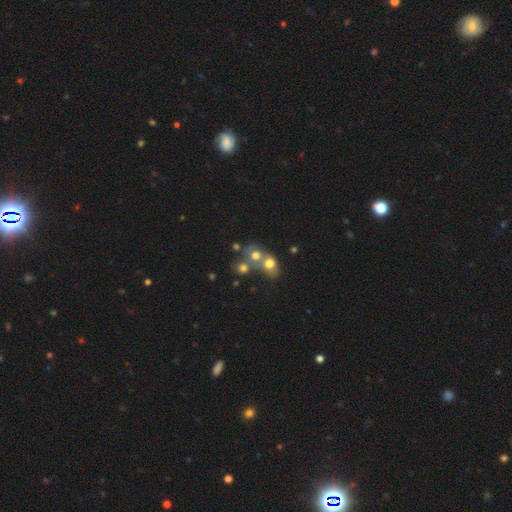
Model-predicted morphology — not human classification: A smooth galaxy with no disk features (56%) that is round (72%).

Vote fractions:
- Smooth or featured? smooth: 56% / star or artifact: 23% / featured or disk: 21%
- How rounded? round: 72% / in between: 26% / cigar-shaped: 1%
- Merging? merger: 56% / none: 32% / minor disturbance: 7% / major disturbance: 4%